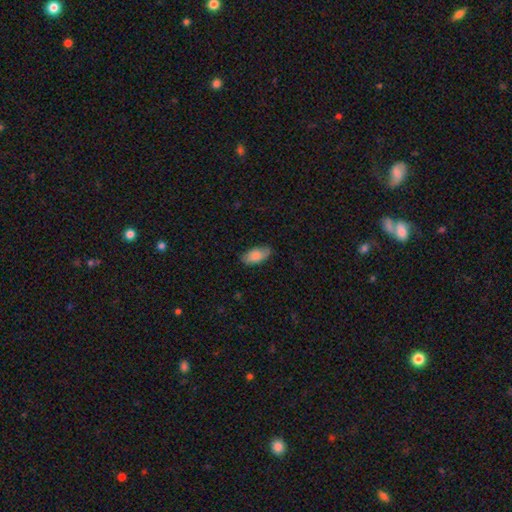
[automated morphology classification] The model was most divided on "merging": none: 76%, minor disturbance: 19%, major disturbance: 3%, merger: 1%. More confident: how rounded — in between (92%); smooth or featured — smooth (84%).